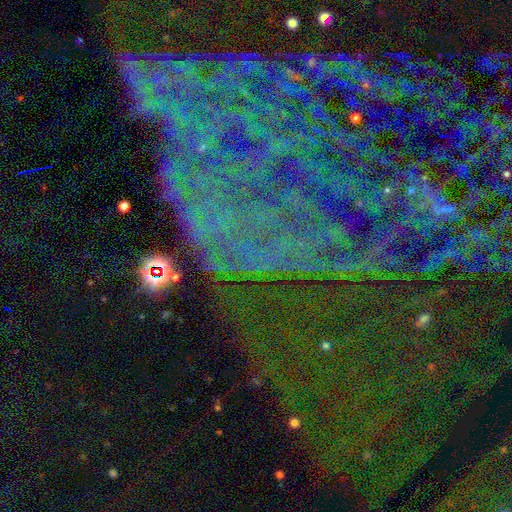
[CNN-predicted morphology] type=star or artifact (78%).